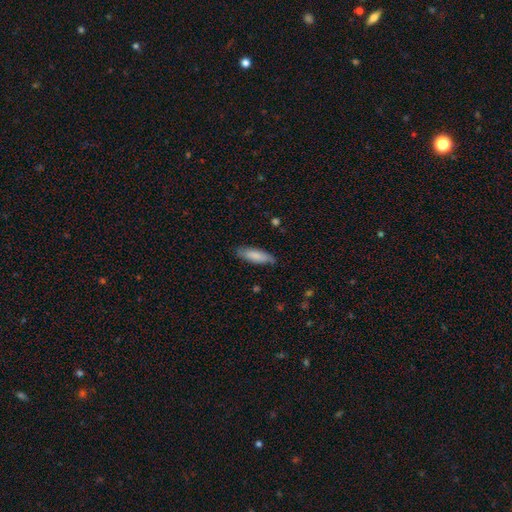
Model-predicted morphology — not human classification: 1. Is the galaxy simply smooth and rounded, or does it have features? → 80% smooth, 14% featured or disk, 6% star or artifact.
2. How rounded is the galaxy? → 52% in between, 47% cigar-shaped, 1% round.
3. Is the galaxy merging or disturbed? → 79% none, 17% minor disturbance, 3% major disturbance, 1% merger.